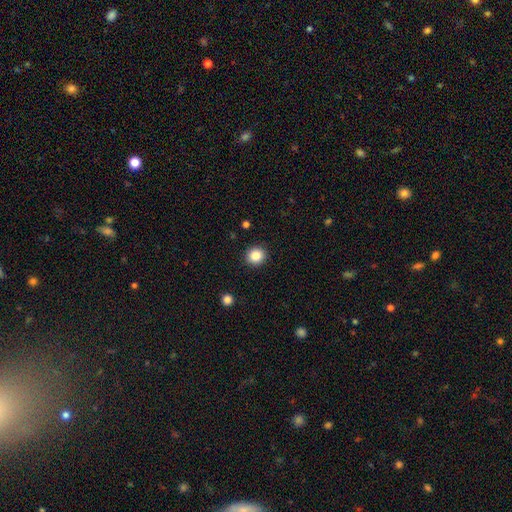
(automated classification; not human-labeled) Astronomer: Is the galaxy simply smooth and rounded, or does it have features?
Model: smooth — 85%.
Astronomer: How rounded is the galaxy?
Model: round — 89%.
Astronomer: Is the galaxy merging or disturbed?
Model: none — 91%.